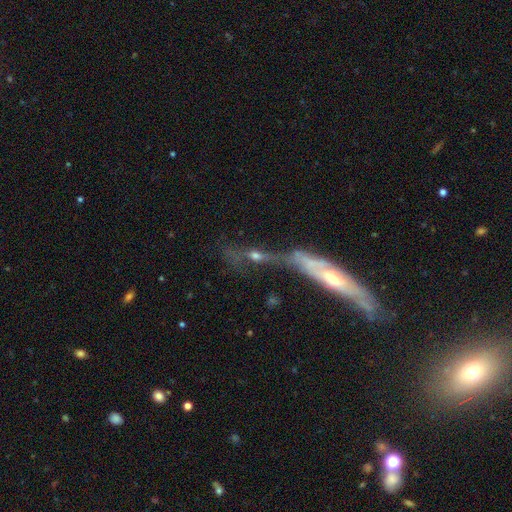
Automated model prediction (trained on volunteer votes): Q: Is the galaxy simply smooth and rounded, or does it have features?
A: featured or disk — 55%.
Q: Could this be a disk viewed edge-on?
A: yes — 56%.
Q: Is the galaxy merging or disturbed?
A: merger — 48%.